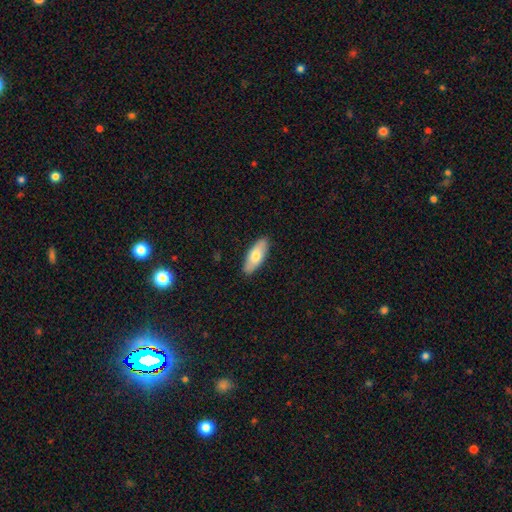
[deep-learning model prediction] smooth_or_featured: smooth (p=0.71) [alt: featured or disk p=0.23]
how_rounded: in between (p=0.74) [alt: cigar-shaped p=0.24]
merging: none (p=0.89) [alt: minor disturbance p=0.08]